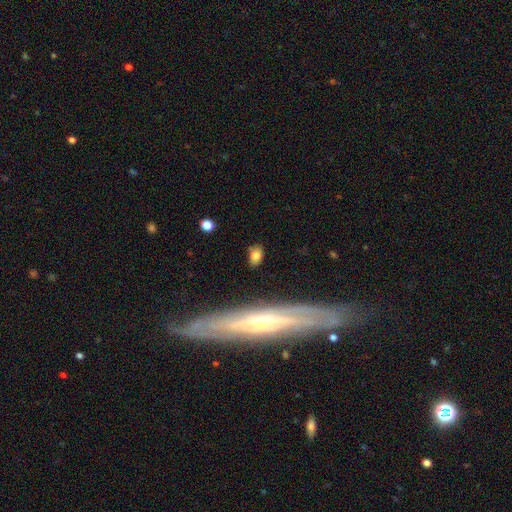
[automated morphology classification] A smooth galaxy with no disk features (77%) that is in between round and cigar-shaped (81%). Merging: none (77%).